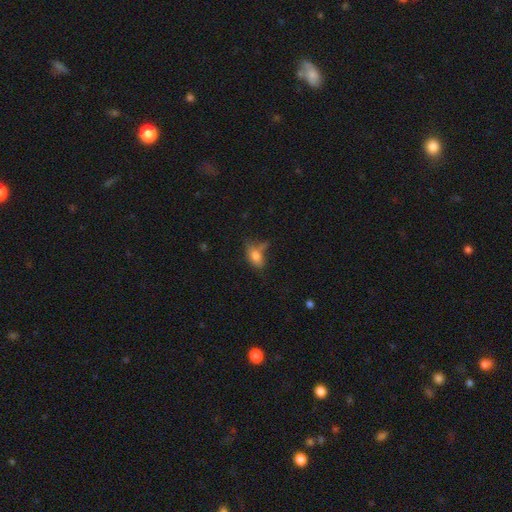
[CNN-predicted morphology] smooth 71%, featured or disk 17%, star or artifact 11%. Down the decision tree: how rounded — in between (84%); merging — none (42%).